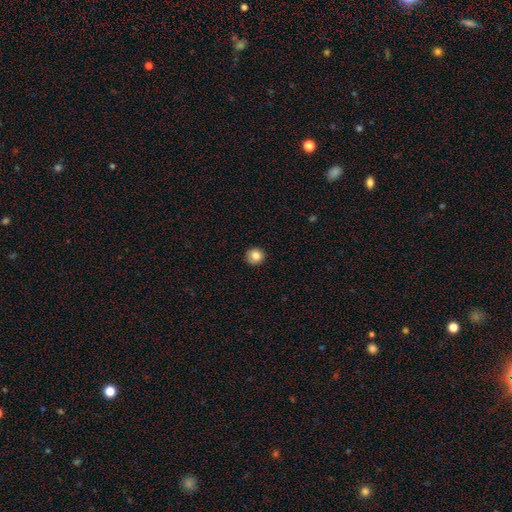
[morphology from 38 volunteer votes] Smooth or featured?
  - smooth: 89% *
  - star or artifact: 8%
  - featured or disk: 3%
How rounded?
  - round: 100% *
  - in between: 0%
  - cigar-shaped: 0%
Merging?
  - none: 91% *
  - major disturbance: 6%
  - minor disturbance: 3%
  - merger: 0%